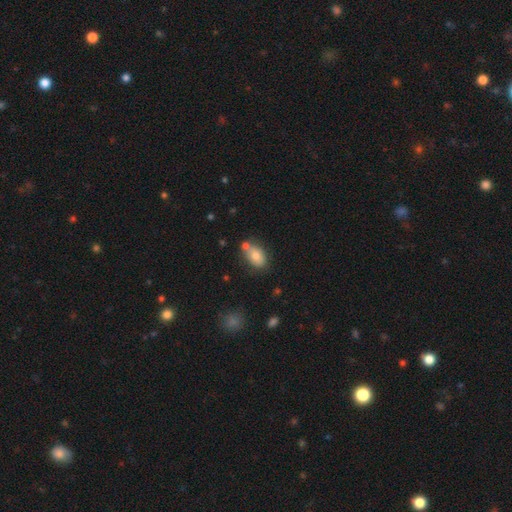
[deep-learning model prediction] Smooth or featured? Predicted: smooth (p=0.74). How rounded? Predicted: in between (p=0.87). Merging? Predicted: none (p=0.57).